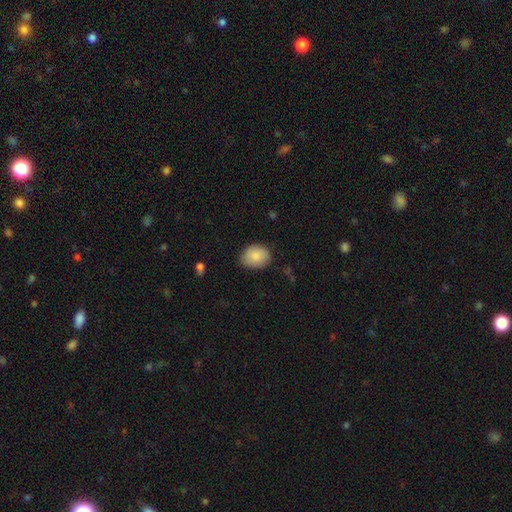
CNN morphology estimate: Smooth or featured?
  - smooth: 88% *
  - star or artifact: 7%
  - featured or disk: 5%
How rounded?
  - in between: 62% *
  - round: 38%
  - cigar-shaped: 1%
Merging?
  - none: 81% *
  - minor disturbance: 15%
  - major disturbance: 3%
  - merger: 1%